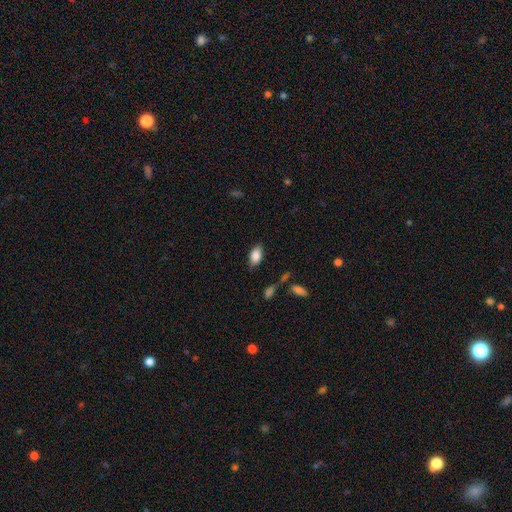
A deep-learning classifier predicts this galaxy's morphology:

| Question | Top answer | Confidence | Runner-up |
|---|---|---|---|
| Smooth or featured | smooth | 86% | star or artifact (7%) |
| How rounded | in between | 91% | round (5%) |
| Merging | none | 79% | minor disturbance (15%) |